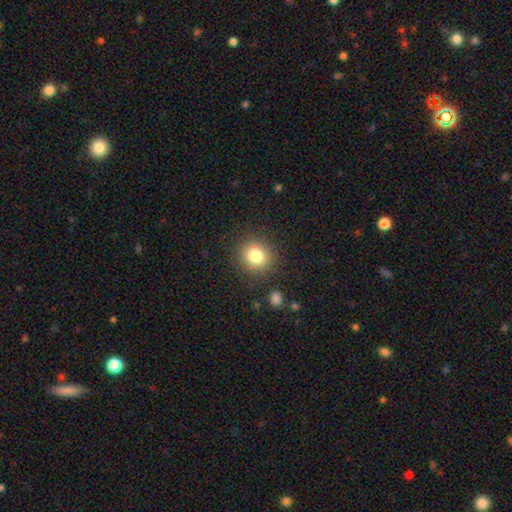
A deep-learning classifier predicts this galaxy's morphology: A smooth galaxy with no disk features (80%) that is round (88%). Merging: none (87%).